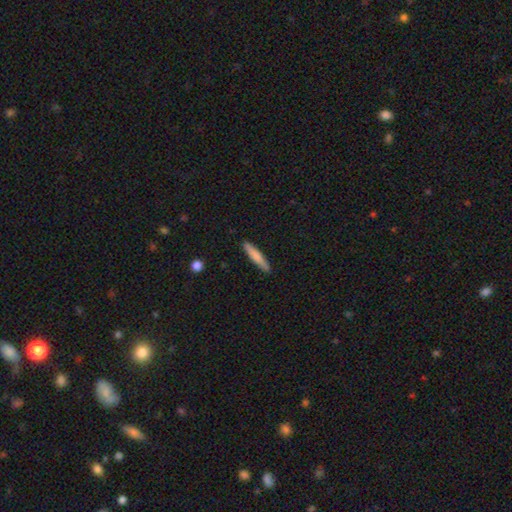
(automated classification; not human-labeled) This is likely a smooth galaxy (74%). How rounded: clearly cigar-shaped (91%). Merging: clearly none (89%).